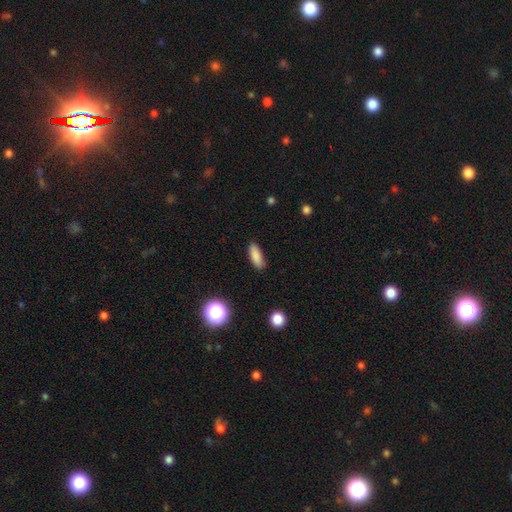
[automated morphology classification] A smooth galaxy with no disk features (86%) that is in between round and cigar-shaped (70%). Merging: none (86%).